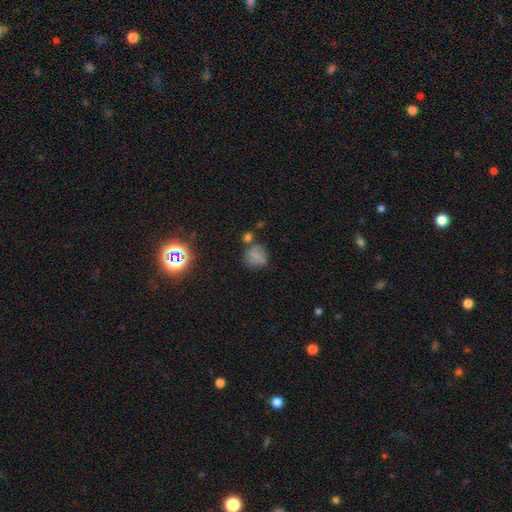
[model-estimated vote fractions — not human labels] Smooth or featured? smooth (74%)
How rounded? round (79%)
Merging? none (58%)